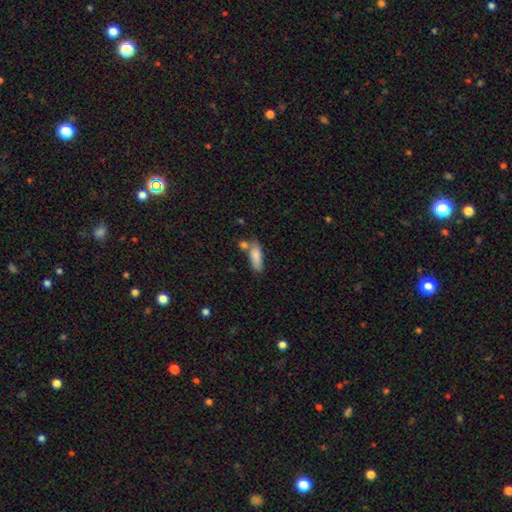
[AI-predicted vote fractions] smooth_or_featured: smooth (p=0.84) [alt: featured or disk p=0.09]
how_rounded: in between (p=0.64) [alt: cigar-shaped p=0.33]
merging: none (p=0.56) [alt: merger p=0.19]